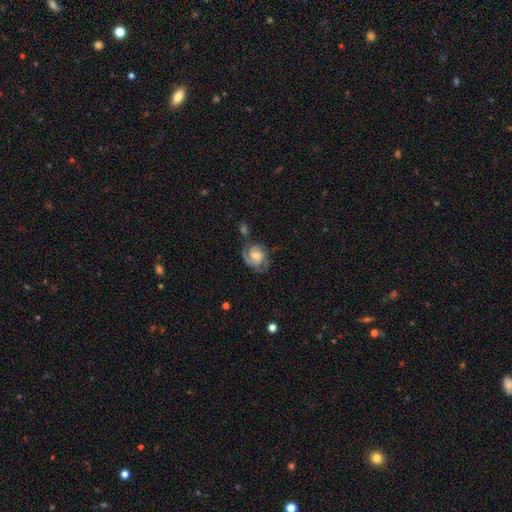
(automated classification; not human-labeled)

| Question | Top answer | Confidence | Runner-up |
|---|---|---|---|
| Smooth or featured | featured or disk | 80% | smooth (14%) |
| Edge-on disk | no | 98% | yes (2%) |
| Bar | no | 58% | weak (36%) |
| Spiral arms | yes | 95% | no (5%) |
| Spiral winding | tight | 50% | medium (40%) |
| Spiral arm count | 2 | 57% | 3 (19%) |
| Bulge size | moderate | 61% | small (28%) |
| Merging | none | 62% | minor disturbance (21%) |